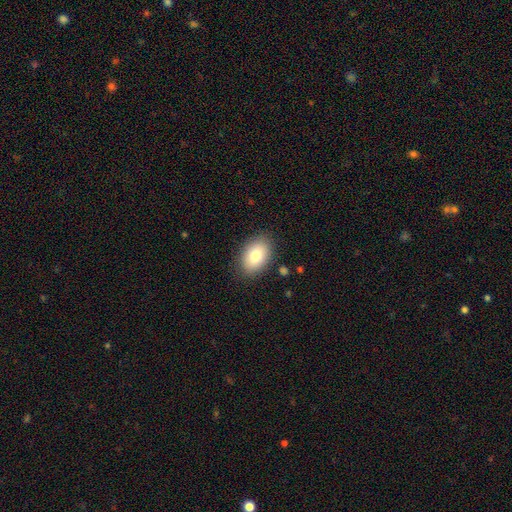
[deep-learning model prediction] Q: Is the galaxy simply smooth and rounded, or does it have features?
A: smooth — 79%.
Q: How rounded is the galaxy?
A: in between — 88%.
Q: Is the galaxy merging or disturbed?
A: none — 86%.